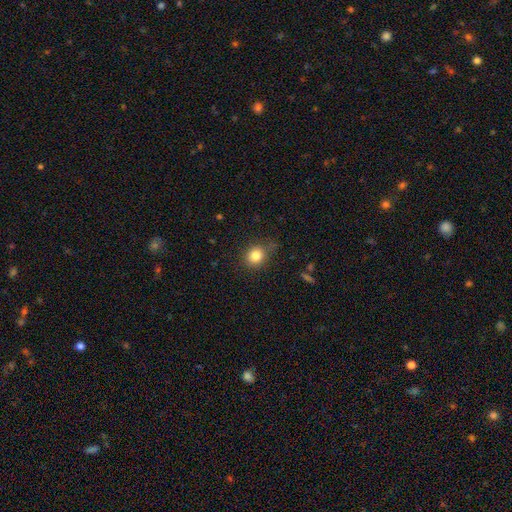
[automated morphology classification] A smooth galaxy with no disk features (83%) that is round (72%). Merging: none (77%).